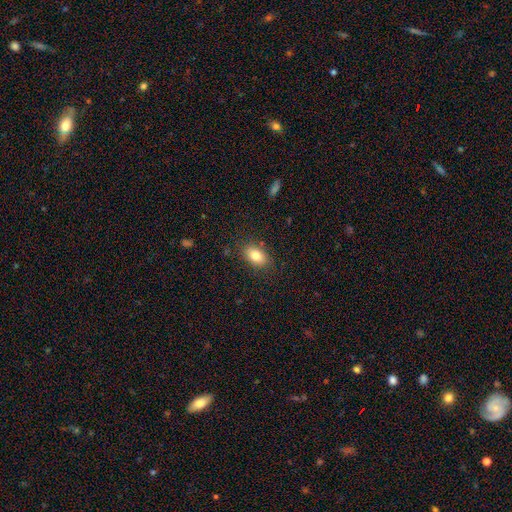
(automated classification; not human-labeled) smooth 81%, featured or disk 11%, star or artifact 9%. Down the decision tree: how rounded — in between (87%); merging — none (84%).